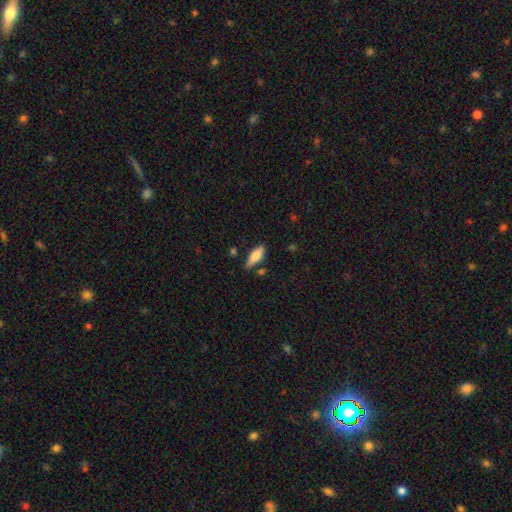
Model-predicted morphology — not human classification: Q: Smooth or featured?
A: smooth (70%); runner-up: featured or disk (23%)
Q: How rounded?
A: in between (63%); runner-up: cigar-shaped (35%)
Q: Merging?
A: none (76%); runner-up: minor disturbance (16%)